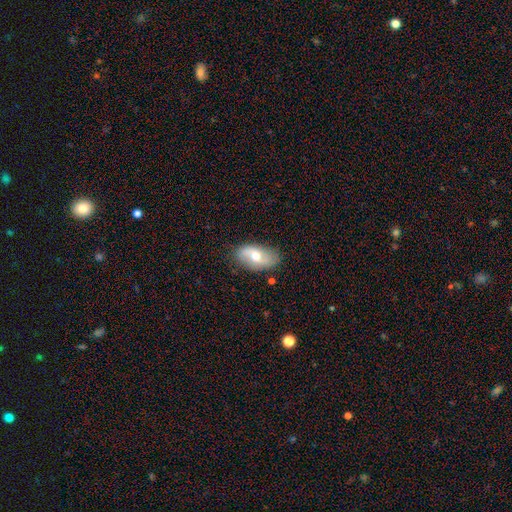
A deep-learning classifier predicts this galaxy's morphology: featured or disk 51%, smooth 43%, star or artifact 6%. Down the decision tree: edge-on disk — no (92%); merging — none (80%).